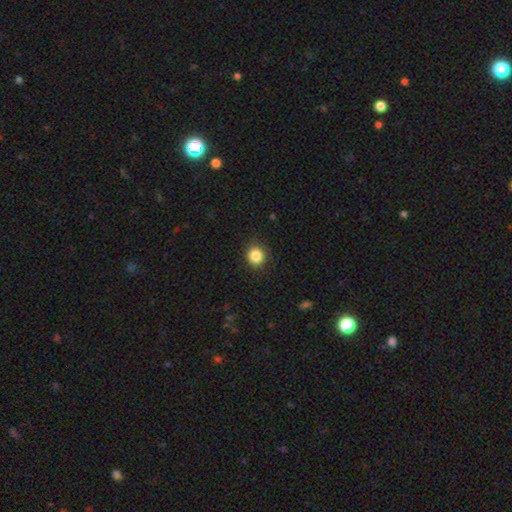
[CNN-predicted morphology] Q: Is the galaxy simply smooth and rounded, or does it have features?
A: smooth — 85%.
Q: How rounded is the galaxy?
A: round — 88%.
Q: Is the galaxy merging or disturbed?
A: none — 89%.